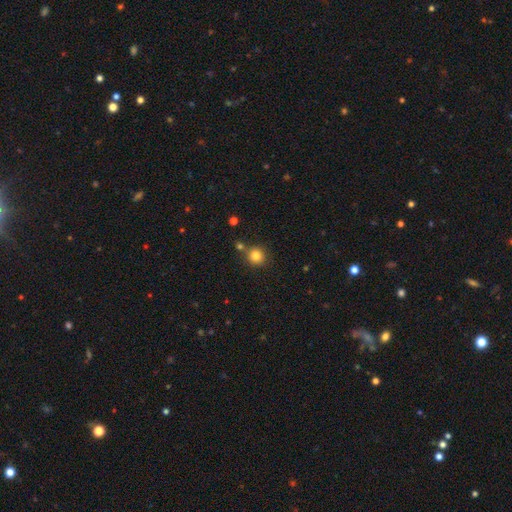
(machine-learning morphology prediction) smooth 82%, star or artifact 12%, featured or disk 6%. Down the decision tree: how rounded — round (88%); merging — none (75%).